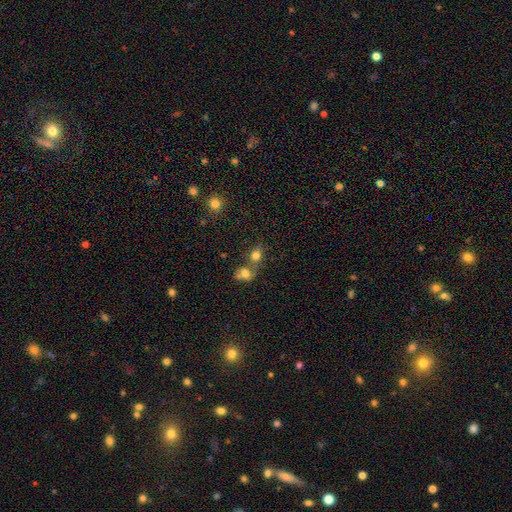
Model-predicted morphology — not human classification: smooth_or_featured: smooth (p=0.74) [alt: star or artifact p=0.13]
how_rounded: round (p=0.68) [alt: in between p=0.30]
merging: merger (p=0.48) [alt: none p=0.38]